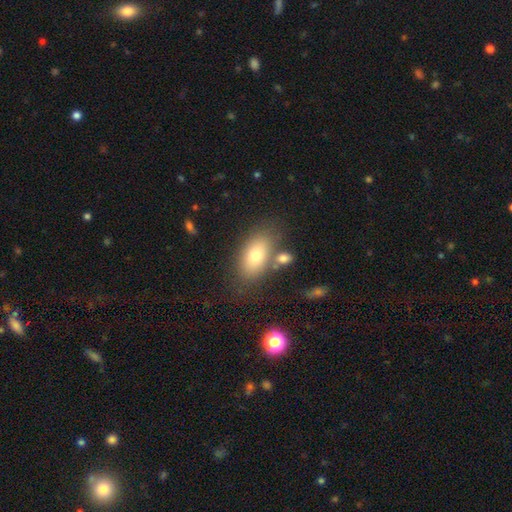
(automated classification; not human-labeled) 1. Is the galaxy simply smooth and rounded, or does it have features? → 75% smooth, 16% featured or disk, 9% star or artifact.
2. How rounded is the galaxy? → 90% in between, 8% round, 3% cigar-shaped.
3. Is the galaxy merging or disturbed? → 68% none, 14% minor disturbance, 13% merger, 5% major disturbance.